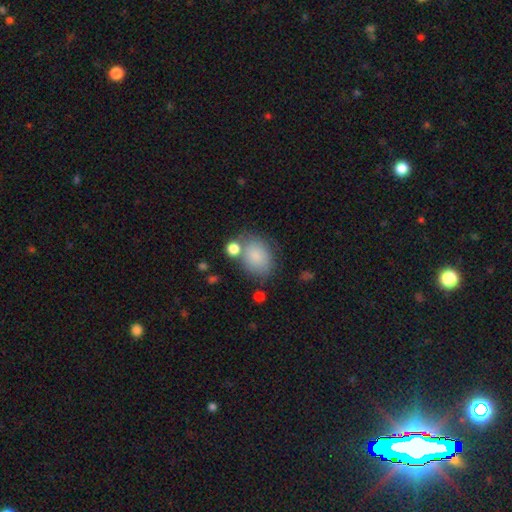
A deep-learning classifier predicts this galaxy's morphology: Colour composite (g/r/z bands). It shows a smooth galaxy with no disk features (83%) that is in between round and cigar-shaped (69%). Merging: none (62%).